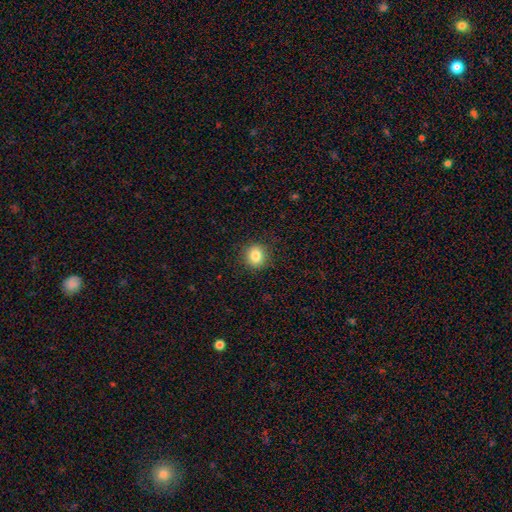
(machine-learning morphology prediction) This is clearly a smooth galaxy (84%). How rounded: clearly round (82%). Merging: clearly none (89%).